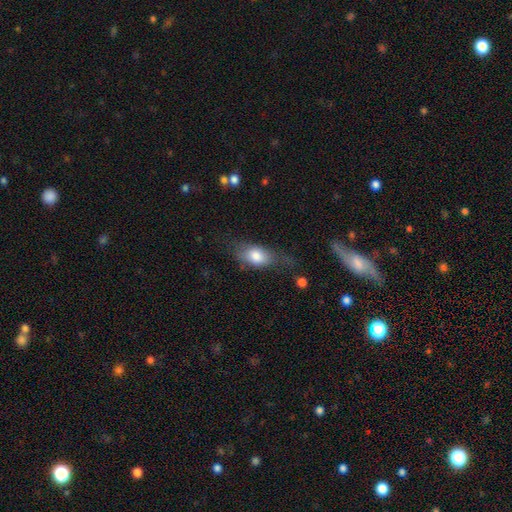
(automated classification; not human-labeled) This appears to be a smooth galaxy with no disk features (74%) that is in between round and cigar-shaped (82%). Merging: none (48%).